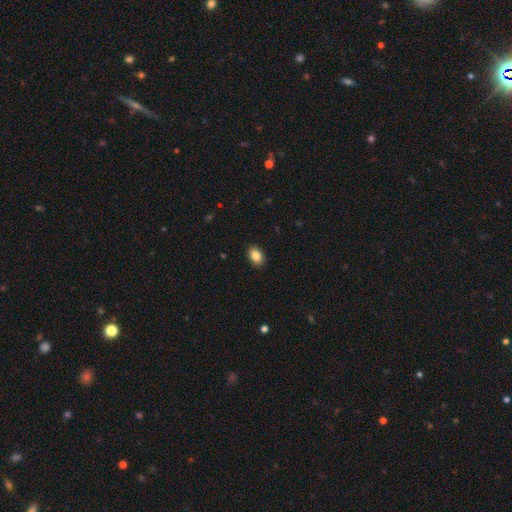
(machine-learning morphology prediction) This is clearly a smooth galaxy (87%). How rounded: clearly in between (84%). Merging: clearly none (90%).